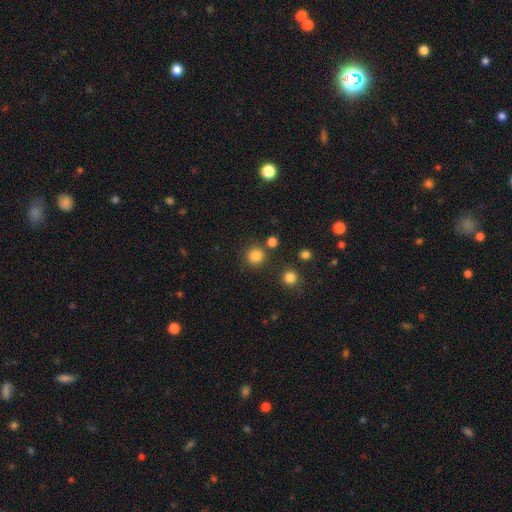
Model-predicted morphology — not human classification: A smooth galaxy with no disk features (83%) that is round (93%).

Vote fractions:
- Smooth or featured? smooth: 83% / star or artifact: 13% / featured or disk: 4%
- How rounded? round: 93% / in between: 6% / cigar-shaped: 1%
- Merging? none: 84% / minor disturbance: 7% / merger: 6% / major disturbance: 3%